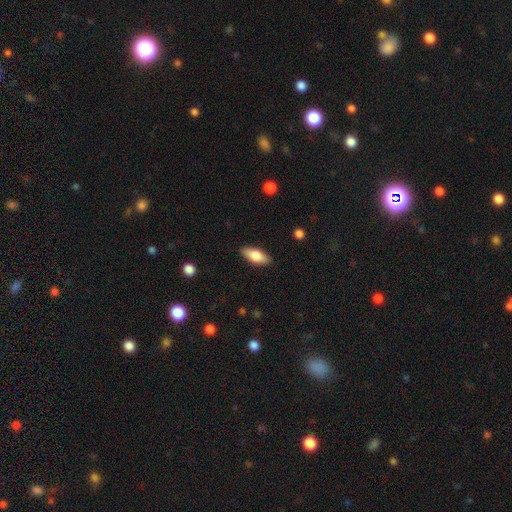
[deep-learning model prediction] The model was most divided on "smooth or featured": smooth: 74%, featured or disk: 20%, star or artifact: 6%. More confident: merging — none (87%); how rounded — in between (82%).